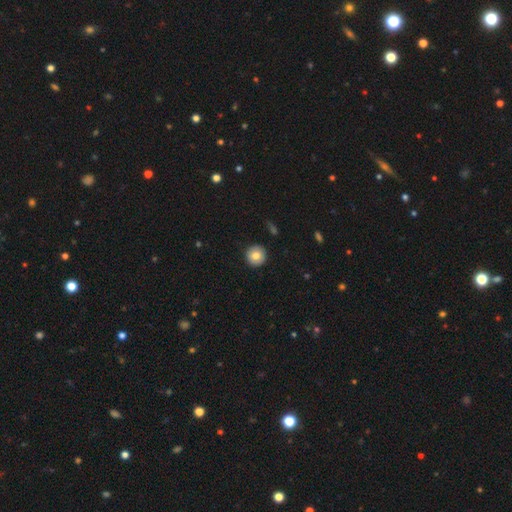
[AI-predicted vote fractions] This is clearly a smooth galaxy (81%). How rounded: clearly round (96%). Merging: clearly none (92%).